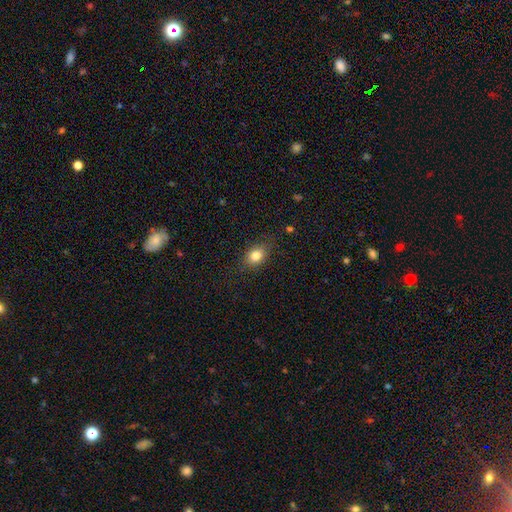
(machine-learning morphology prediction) Smooth or featured? smooth (82%)
How rounded? in between (55%)
Merging? none (79%)